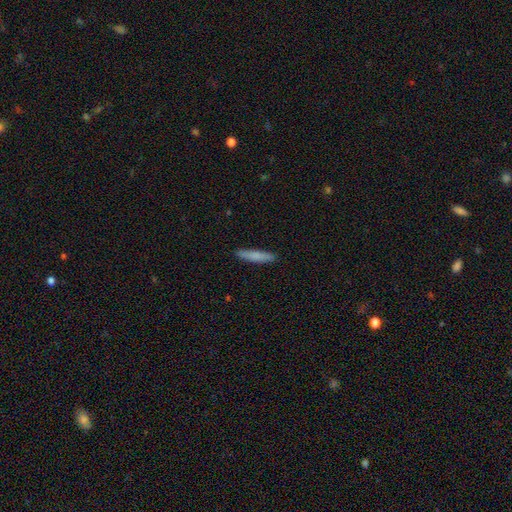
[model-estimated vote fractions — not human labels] A smooth galaxy with no disk features (78%) that is cigar-shaped (89%). Merging: none (90%).